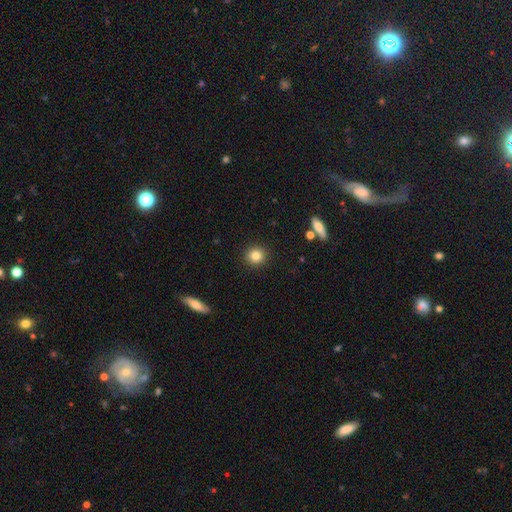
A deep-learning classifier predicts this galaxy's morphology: Smooth or featured? Predicted: smooth (p=0.83). How rounded? Predicted: round (p=0.89). Merging? Predicted: none (p=0.92).